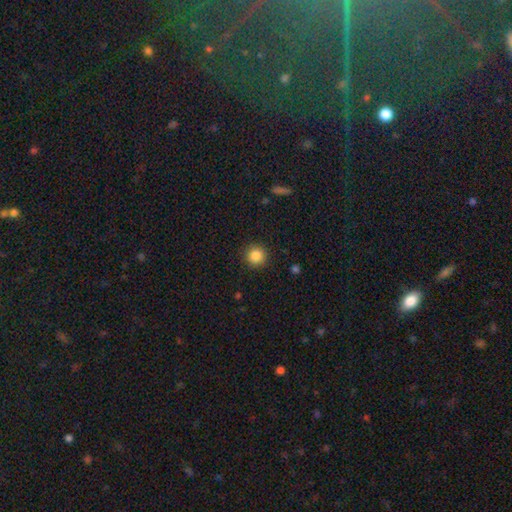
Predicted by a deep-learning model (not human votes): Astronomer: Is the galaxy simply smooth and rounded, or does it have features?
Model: smooth — 86%.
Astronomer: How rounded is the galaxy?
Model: round — 94%.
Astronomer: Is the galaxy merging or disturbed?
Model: none — 91%.